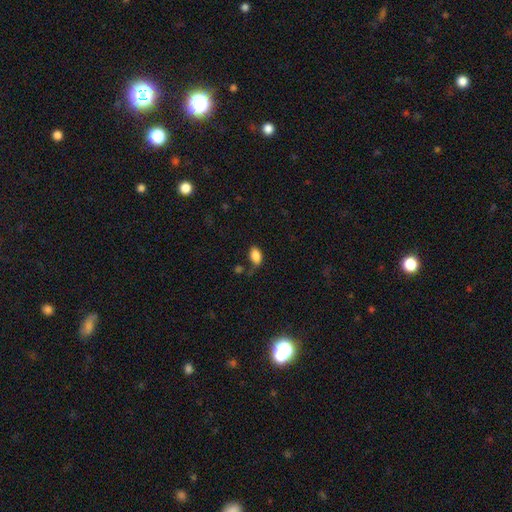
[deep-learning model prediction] This is clearly a smooth galaxy (87%). How rounded: clearly in between (90%). Merging: likely none (64%).